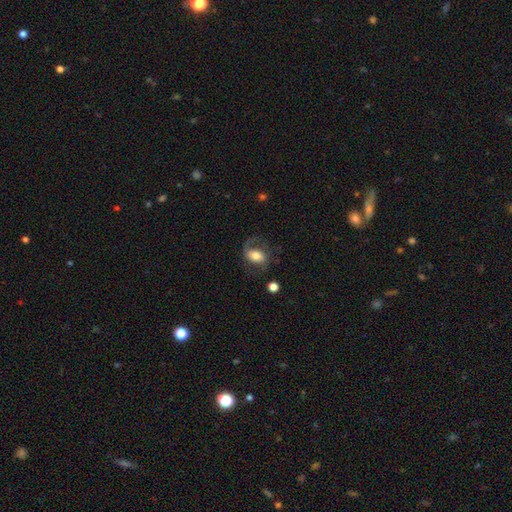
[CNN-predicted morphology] Smooth or featured: featured or disk — 54% (smooth — 38%)
Edge-on disk: no — 96% (yes — 4%)
Bar: no — 40% (weak — 36%)
Spiral arms: yes — 85% (no — 15%)
Bulge size: moderate — 49% (large — 31%)
Merging: none — 59% (major disturbance — 20%)